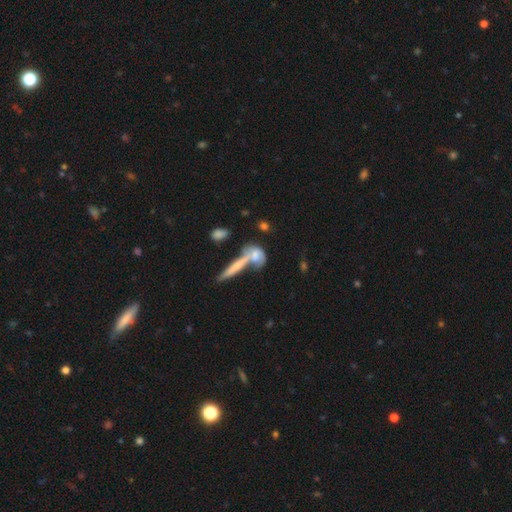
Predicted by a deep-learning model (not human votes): Q: Smooth or featured?
A: smooth (53%); runner-up: featured or disk (38%)
Q: How rounded?
A: in between (53%); runner-up: cigar-shaped (35%)
Q: Merging?
A: merger (51%); runner-up: none (28%)